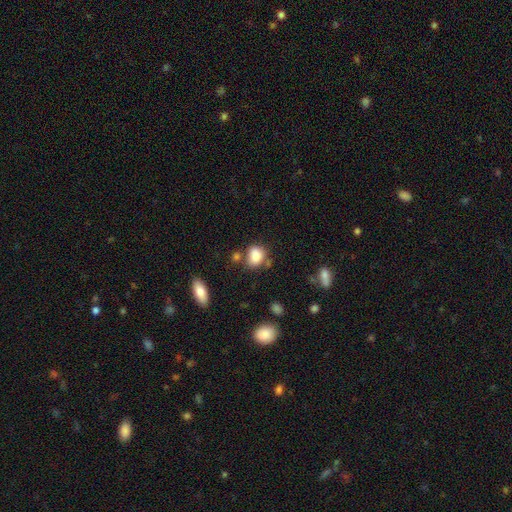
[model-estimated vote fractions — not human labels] This appears to be a smooth galaxy with no disk features (84%) that is in between round and cigar-shaped (61%). Merging: none (56%).